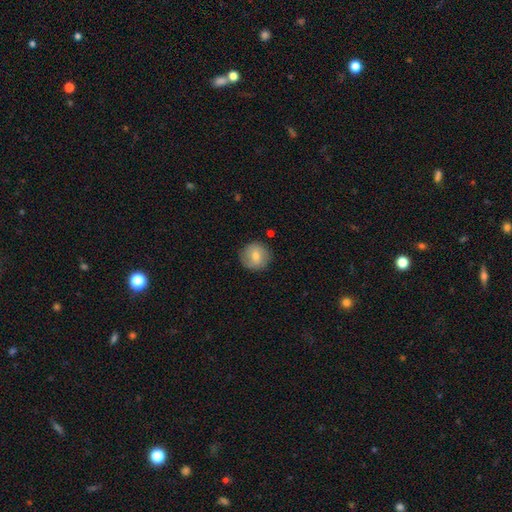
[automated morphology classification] Overall: smooth (70%). How rounded: round (93%). Merging: none (85%).